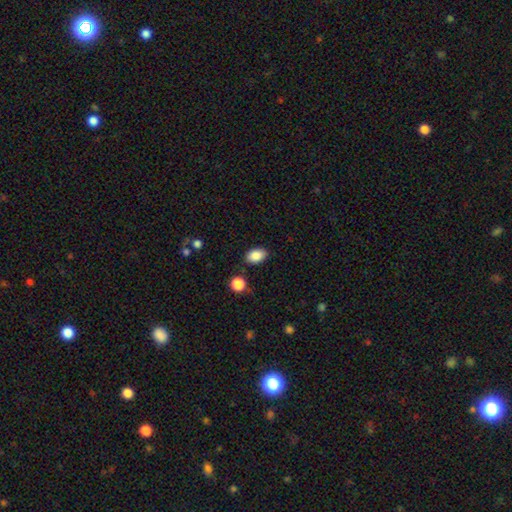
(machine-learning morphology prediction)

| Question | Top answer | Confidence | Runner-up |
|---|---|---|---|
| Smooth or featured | smooth | 87% | star or artifact (8%) |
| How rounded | in between | 86% | round (13%) |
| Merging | none | 84% | minor disturbance (11%) |